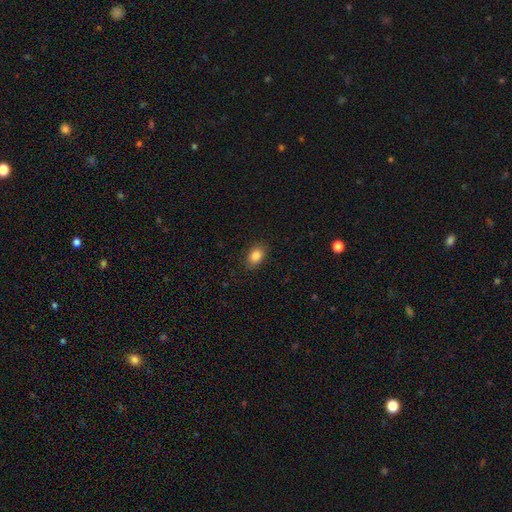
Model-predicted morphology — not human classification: Smooth or featured? smooth (85%)
How rounded? in between (80%)
Merging? none (87%)